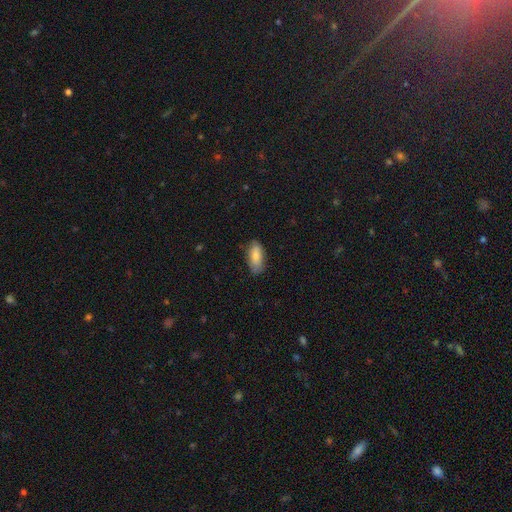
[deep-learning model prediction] Q: Smooth or featured?
A: smooth (83%); runner-up: featured or disk (11%)
Q: How rounded?
A: in between (85%); runner-up: cigar-shaped (13%)
Q: Merging?
A: none (78%); runner-up: minor disturbance (18%)